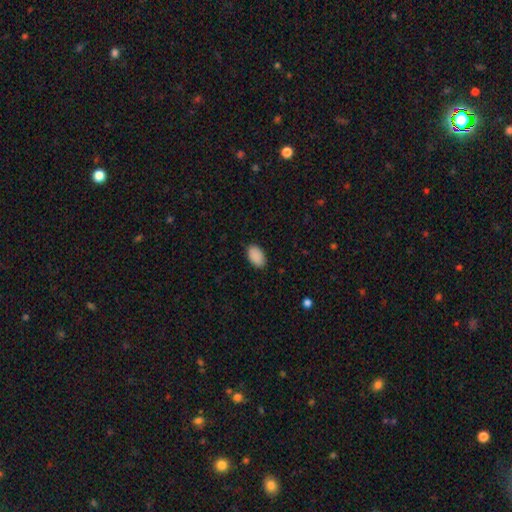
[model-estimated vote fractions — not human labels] Morphology: type=smooth (91%); roundness=in between (93%); merging=none (87%).